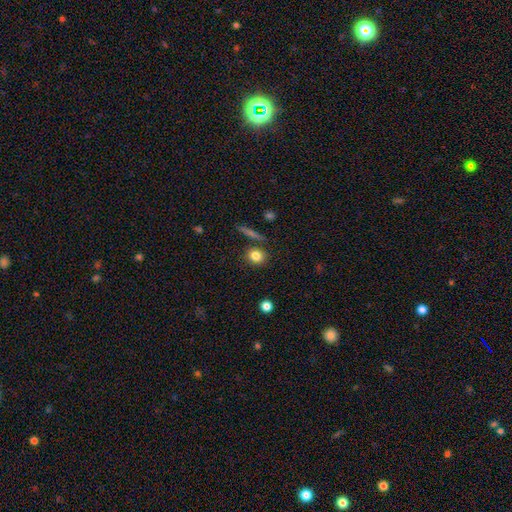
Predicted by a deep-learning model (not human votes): smooth-or-featured: smooth: 82% | star or artifact: 10% | featured or disk: 7%
  how-rounded: round: 77% | in between: 20% | cigar-shaped: 3%
  merging: none: 82% | minor disturbance: 9% | merger: 6% | major disturbance: 3%